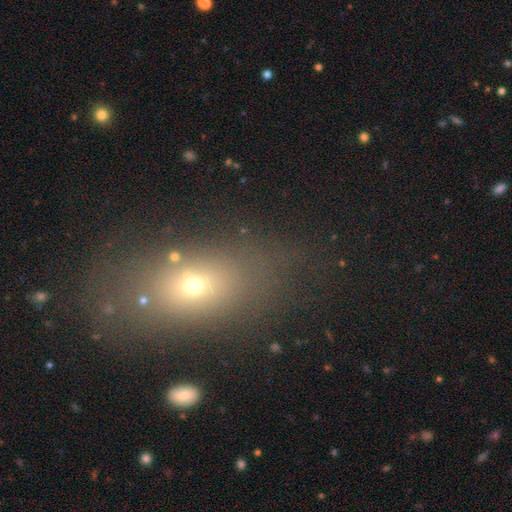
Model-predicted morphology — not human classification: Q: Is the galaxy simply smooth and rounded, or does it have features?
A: smooth — 58%.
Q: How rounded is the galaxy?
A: in between — 68%.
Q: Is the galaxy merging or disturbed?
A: none — 76%.